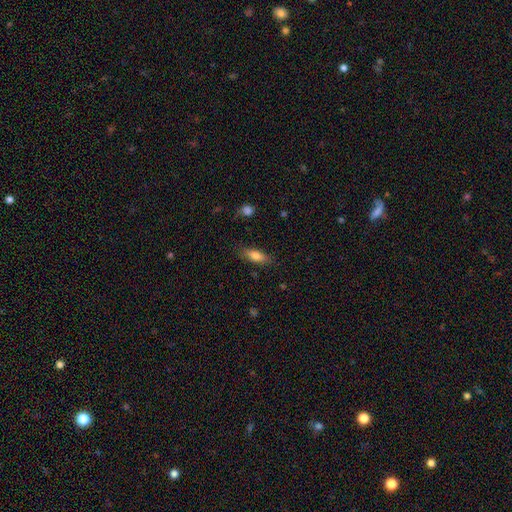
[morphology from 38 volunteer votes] A smooth galaxy with no disk features (79%) that is in between round and cigar-shaped (87%). Merging: none (81%).